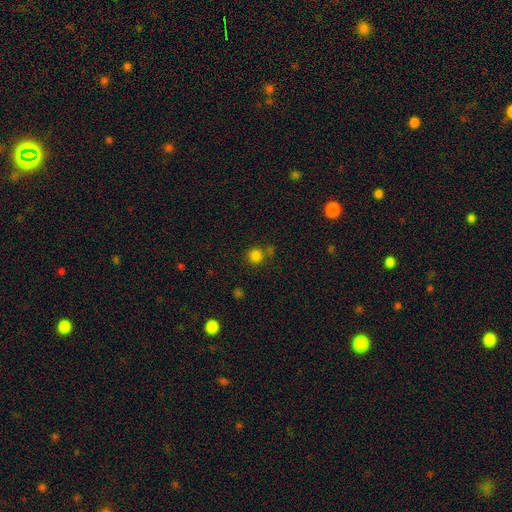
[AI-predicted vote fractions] Smooth or featured? Predicted: smooth (p=0.80). How rounded? Predicted: round (p=0.92). Merging? Predicted: none (p=0.71).